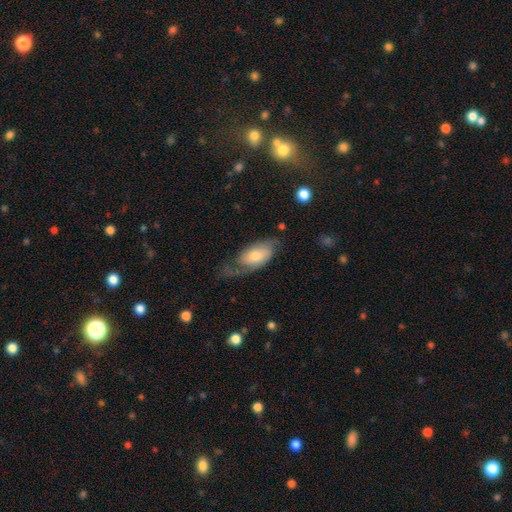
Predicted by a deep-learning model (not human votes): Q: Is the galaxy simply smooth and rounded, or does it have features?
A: featured or disk — 60%.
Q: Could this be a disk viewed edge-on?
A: no — 91%.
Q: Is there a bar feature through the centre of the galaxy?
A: no — 67%.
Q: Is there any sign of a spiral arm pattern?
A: yes — 86%.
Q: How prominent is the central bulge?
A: moderate — 55%.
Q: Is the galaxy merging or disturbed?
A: none — 48%.